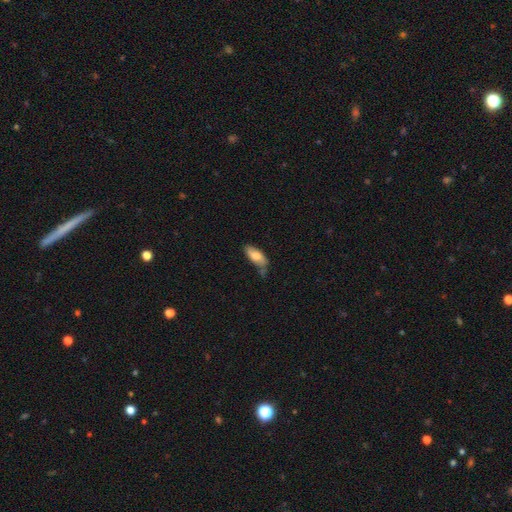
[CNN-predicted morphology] Q: Smooth or featured?
A: smooth (68%); runner-up: featured or disk (25%)
Q: How rounded?
A: in between (80%); runner-up: cigar-shaped (17%)
Q: Merging?
A: none (47%); runner-up: minor disturbance (36%)